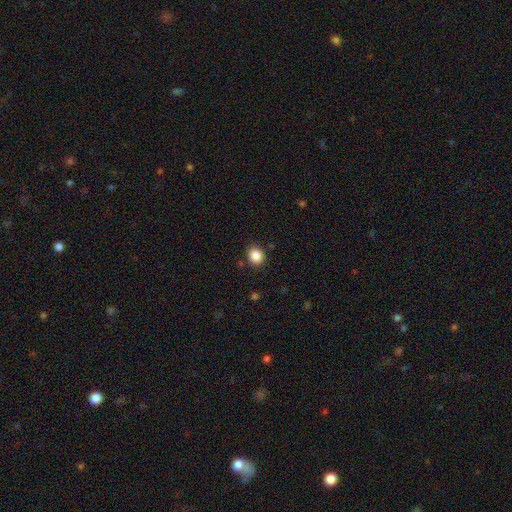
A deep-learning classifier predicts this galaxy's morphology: A smooth galaxy with no disk features (87%) that is round (78%).

Vote fractions:
- Smooth or featured? smooth: 87% / star or artifact: 10% / featured or disk: 3%
- How rounded? round: 78% / in between: 21% / cigar-shaped: 1%
- Merging? none: 88% / minor disturbance: 8% / major disturbance: 3% / merger: 2%